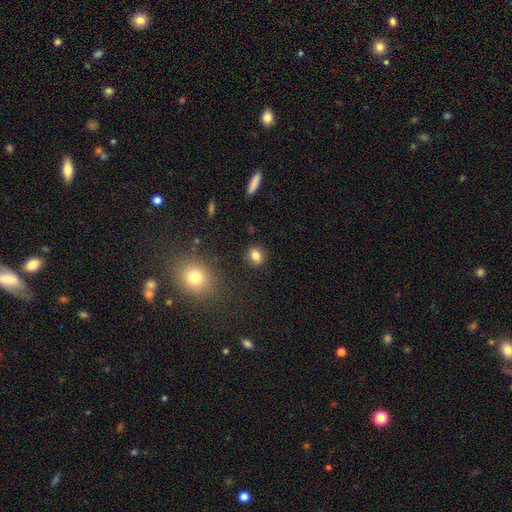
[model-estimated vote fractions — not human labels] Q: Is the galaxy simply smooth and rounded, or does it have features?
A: smooth — 81%.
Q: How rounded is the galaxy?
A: round — 49%, tied with in between.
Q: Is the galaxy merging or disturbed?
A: none — 86%.